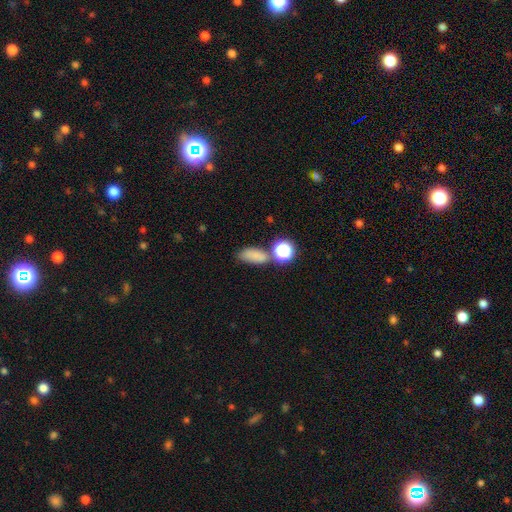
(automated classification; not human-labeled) Smooth or featured?
  - smooth: 76% *
  - star or artifact: 16%
  - featured or disk: 8%
How rounded?
  - in between: 78% *
  - round: 14%
  - cigar-shaped: 8%
Merging?
  - none: 58% *
  - merger: 20%
  - minor disturbance: 16%
  - major disturbance: 6%